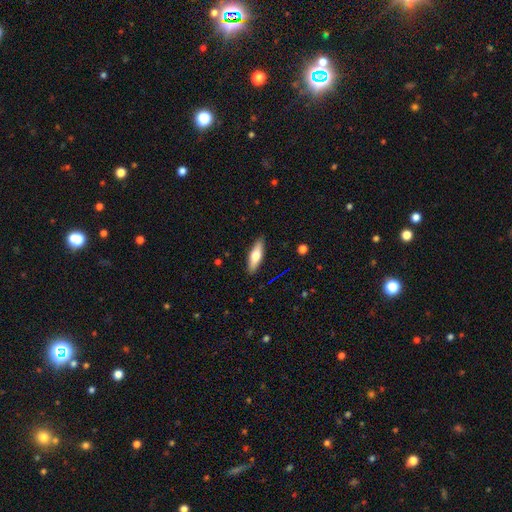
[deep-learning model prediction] Smooth or featured: smooth — 64% (featured or disk — 30%)
How rounded: cigar-shaped — 51% (in between — 47%)
Merging: none — 89% (minor disturbance — 8%)